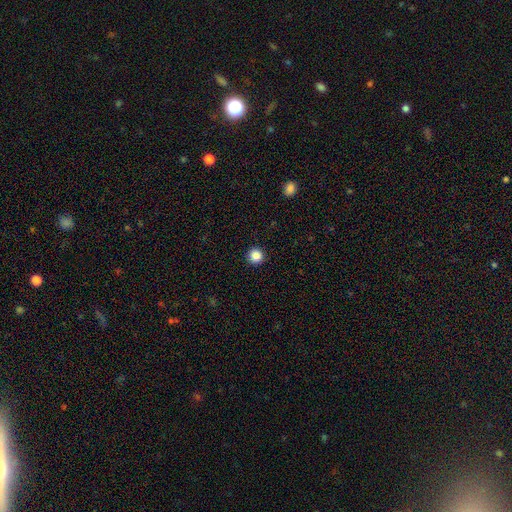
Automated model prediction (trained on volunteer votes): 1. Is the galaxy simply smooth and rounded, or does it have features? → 87% smooth, 10% star or artifact, 3% featured or disk.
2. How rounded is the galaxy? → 96% round, 3% in between, 1% cigar-shaped.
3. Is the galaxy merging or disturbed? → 93% none, 4% minor disturbance, 2% major disturbance, 1% merger.